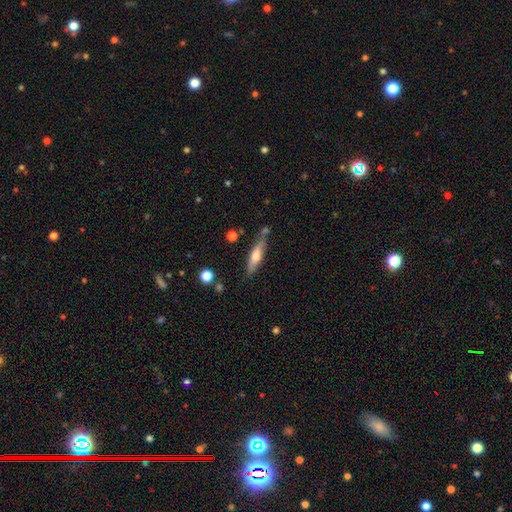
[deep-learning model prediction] This appears to be a smooth galaxy with no disk features (50%) that is cigar-shaped (76%). Merging: none (70%).